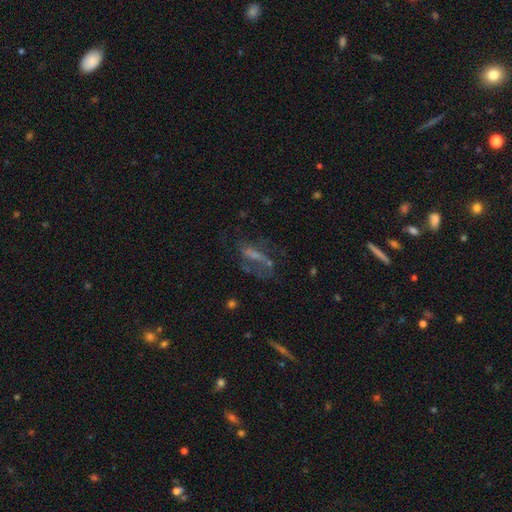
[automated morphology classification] This is possibly a featured or disk galaxy (51%). It is clearly not viewed edge-on (82%). Merging: marginally none (45%).